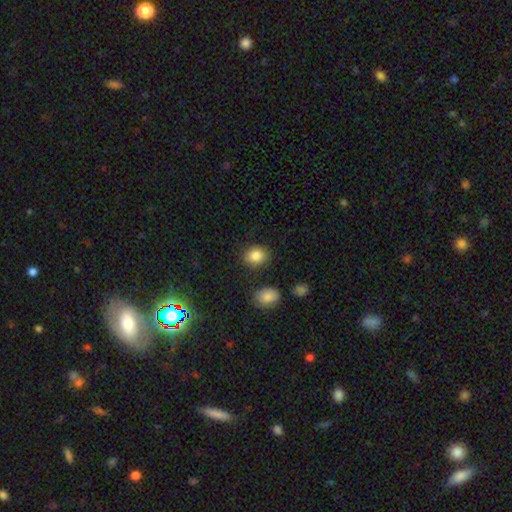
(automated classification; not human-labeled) The model was most divided on "how rounded": round: 57%, in between: 42%, cigar-shaped: 1%. More confident: smooth or featured — smooth (86%); merging — none (83%).